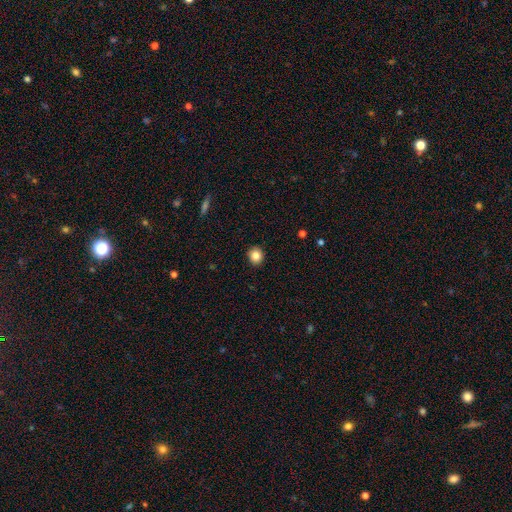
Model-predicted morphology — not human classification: A smooth galaxy with no disk features (84%) that is round (83%).

Vote fractions:
- Smooth or featured? smooth: 84% / star or artifact: 10% / featured or disk: 6%
- How rounded? round: 83% / in between: 16% / cigar-shaped: 1%
- Merging? none: 91% / minor disturbance: 6% / major disturbance: 2% / merger: 1%